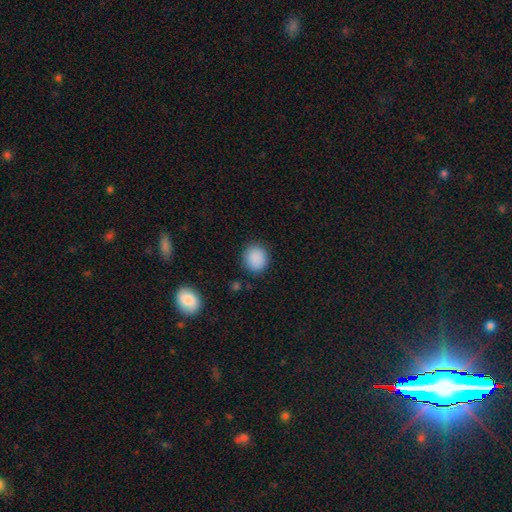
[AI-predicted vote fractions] This appears to be a smooth galaxy with no disk features (89%) that is round (80%). Merging: none (87%).